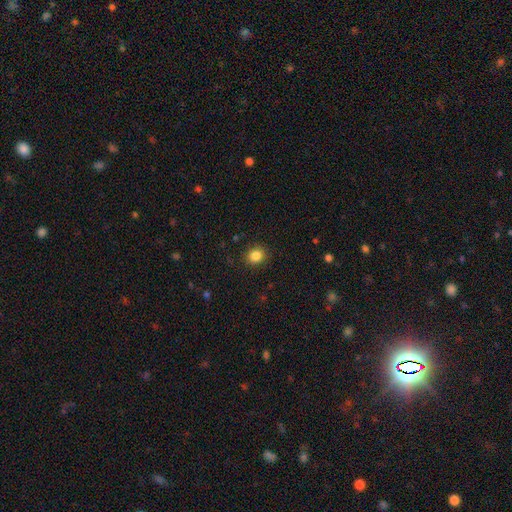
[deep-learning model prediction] smooth-or-featured: smooth: 85% | star or artifact: 11% | featured or disk: 5%
  how-rounded: round: 75% | in between: 24% | cigar-shaped: 1%
  merging: none: 89% | minor disturbance: 8% | major disturbance: 3% | merger: 1%